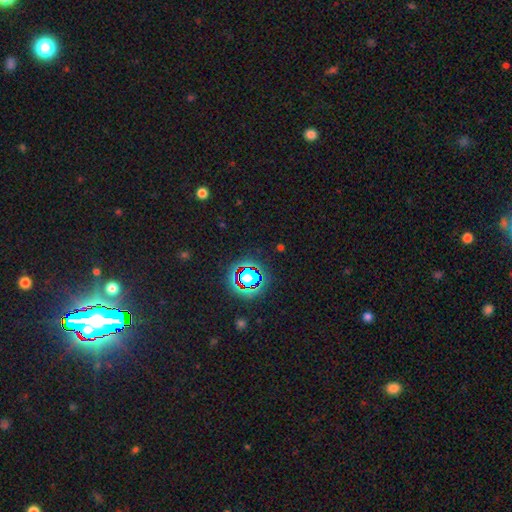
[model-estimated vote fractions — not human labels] Overall: star or artifact (79%).